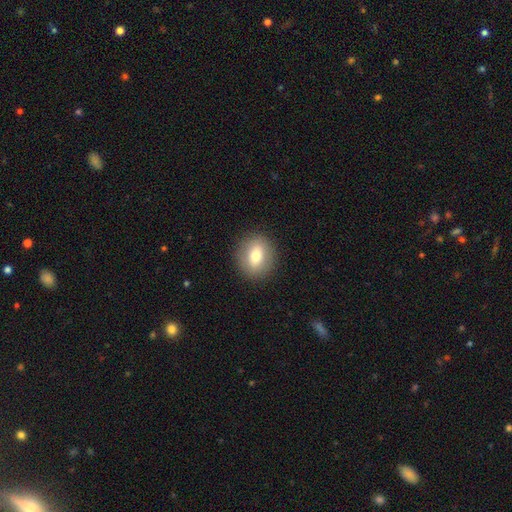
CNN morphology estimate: This appears to be a smooth galaxy with no disk features (72%) that is round (64%). Merging: none (89%).